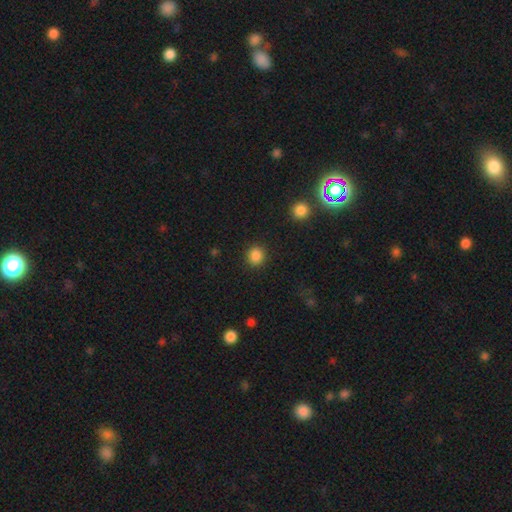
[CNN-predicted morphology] Smooth or featured: smooth — 86% (star or artifact — 11%)
How rounded: round — 88% (in between — 11%)
Merging: none — 90% (minor disturbance — 6%)